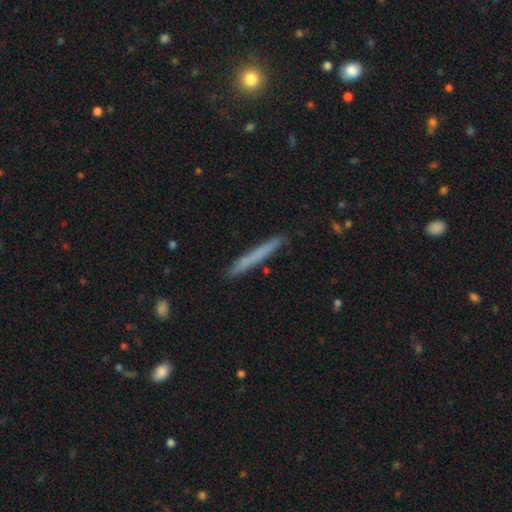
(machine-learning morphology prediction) Smooth or featured? Predicted: smooth (p=0.66). How rounded? Predicted: cigar-shaped (p=0.97). Merging? Predicted: none (p=0.90).